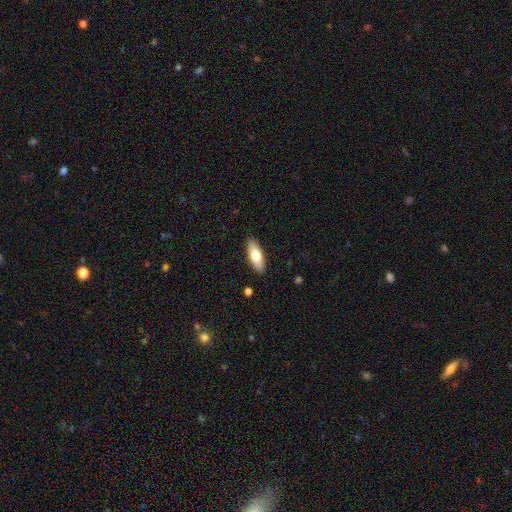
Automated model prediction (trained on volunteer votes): smooth-or-featured: smooth: 71% | featured or disk: 23% | star or artifact: 6%
  how-rounded: in between: 71% | cigar-shaped: 27% | round: 2%
  merging: none: 89% | minor disturbance: 8% | major disturbance: 2% | merger: 1%